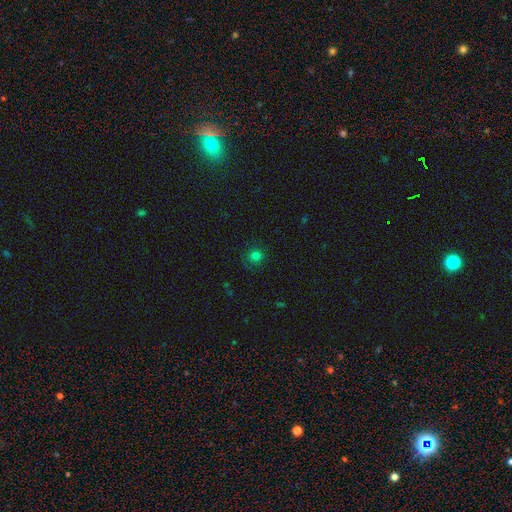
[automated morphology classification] smooth_or_featured: smooth (p=0.77) [alt: star or artifact p=0.18]
how_rounded: round (p=0.89) [alt: in between p=0.10]
merging: none (p=0.81) [alt: minor disturbance p=0.12]